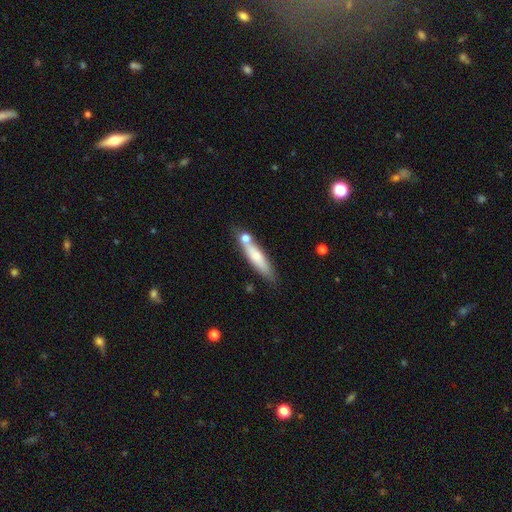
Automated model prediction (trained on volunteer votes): smooth_or_featured: smooth (p=0.65) [alt: featured or disk p=0.29]
how_rounded: cigar-shaped (p=0.80) [alt: in between p=0.18]
merging: none (p=0.60) [alt: merger p=0.20]